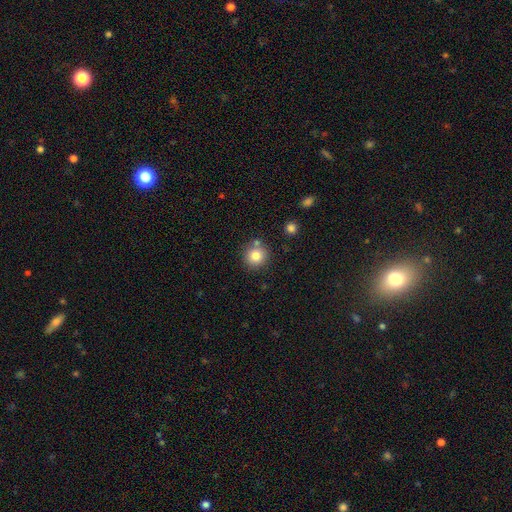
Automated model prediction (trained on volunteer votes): smooth_or_featured: smooth (p=0.81) [alt: star or artifact p=0.11]
how_rounded: round (p=0.91) [alt: in between p=0.08]
merging: none (p=0.76) [alt: merger p=0.11]